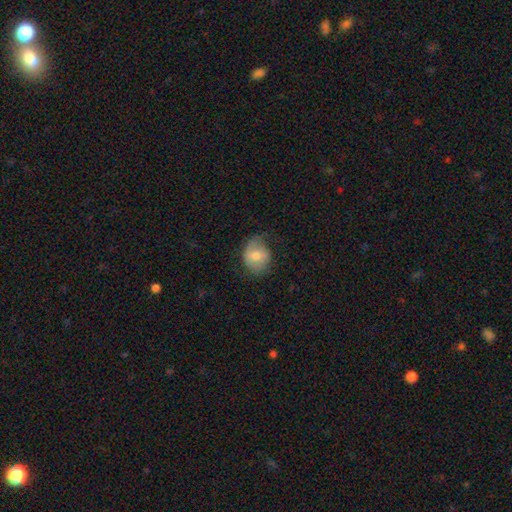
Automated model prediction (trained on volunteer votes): Morphology: type=smooth (60%); roundness=round (53%); merging=none (58%).